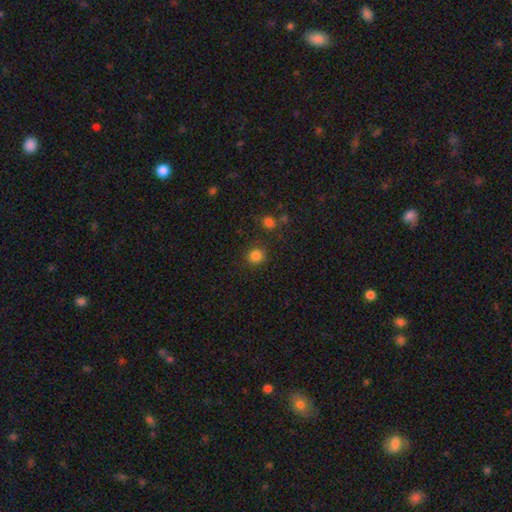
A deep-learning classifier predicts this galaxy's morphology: This appears to be a smooth galaxy with no disk features (83%) that is round (90%). Merging: none (86%).